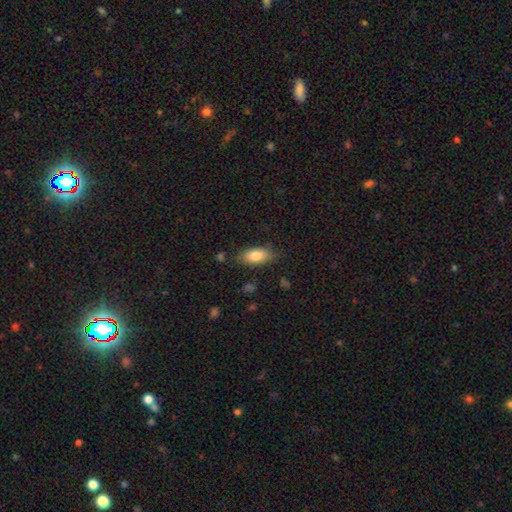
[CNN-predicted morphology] This is clearly a smooth galaxy (82%). How rounded: clearly in between (88%). Merging: likely none (74%).